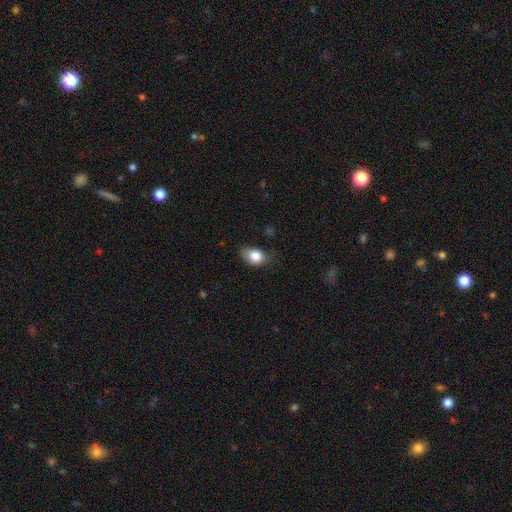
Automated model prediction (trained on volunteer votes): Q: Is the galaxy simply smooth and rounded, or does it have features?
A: smooth — 83%.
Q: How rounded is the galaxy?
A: in between — 69%.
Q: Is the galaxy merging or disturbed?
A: none — 49%.